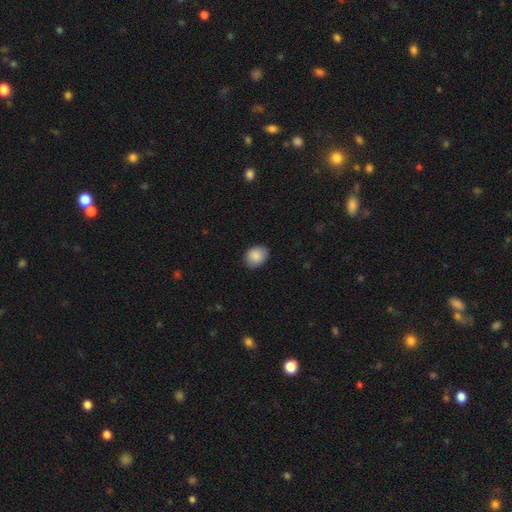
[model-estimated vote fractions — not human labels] This is clearly a smooth galaxy (89%). How rounded: possibly in between (58%). Merging: clearly none (85%).